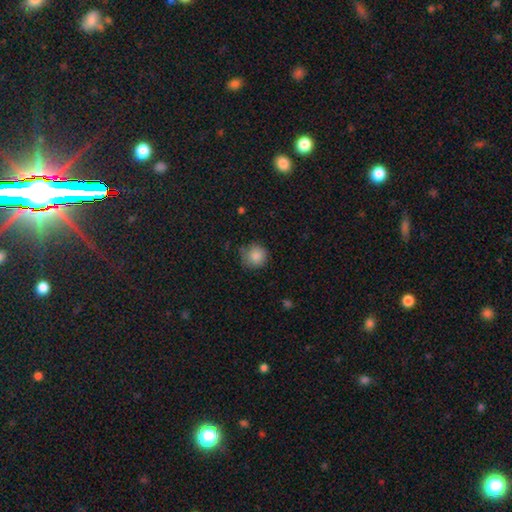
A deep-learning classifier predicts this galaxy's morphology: smooth-or-featured: smooth: 85% | star or artifact: 9% | featured or disk: 6%
  how-rounded: round: 92% | in between: 7% | cigar-shaped: 1%
  merging: none: 75% | minor disturbance: 19% | major disturbance: 4% | merger: 2%